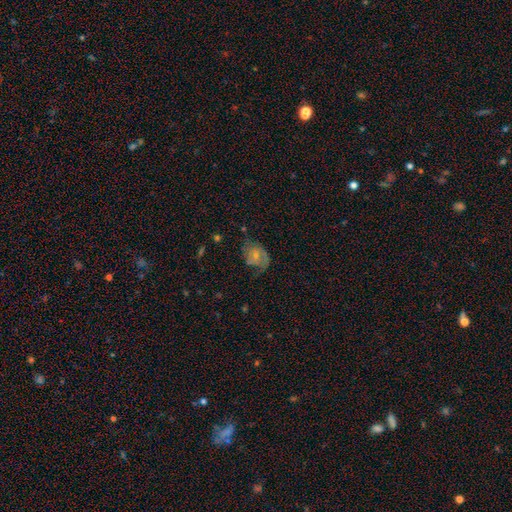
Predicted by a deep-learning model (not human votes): smooth-or-featured: featured or disk: 53% | smooth: 39% | star or artifact: 8%
  disk-edge-on: no: 97% | yes: 3%
    bar: no: 71% | weak: 24% | strong: 4%
    has-spiral-arms: yes: 74% | no: 26%
    bulge-size: small: 56% | moderate: 36% | none: 4% | large: 2% | dominant: 1%
  merging: none: 46% | minor disturbance: 30% | major disturbance: 22% | merger: 2%